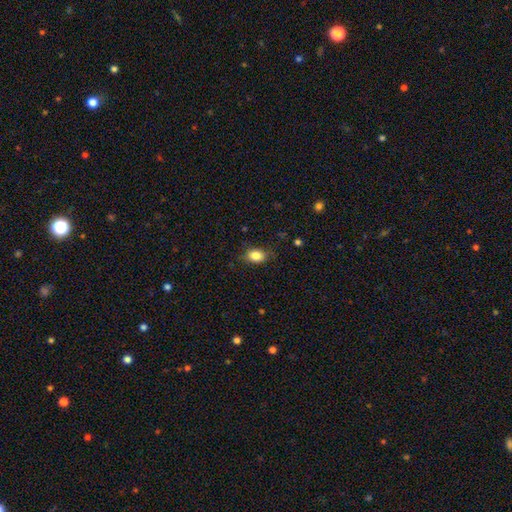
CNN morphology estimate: Smooth or featured? Predicted: smooth (p=0.85). How rounded? Predicted: in between (p=0.71). Merging? Predicted: none (p=0.78).